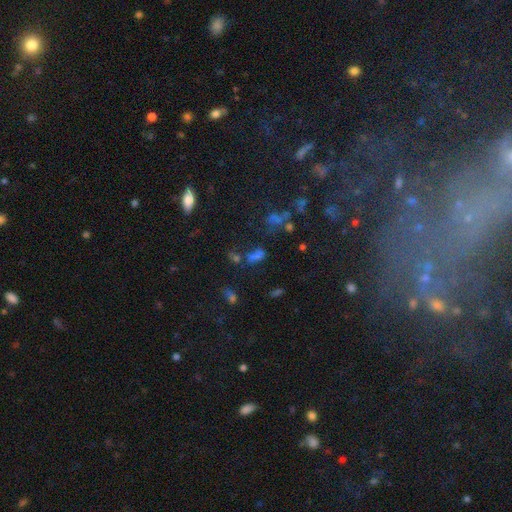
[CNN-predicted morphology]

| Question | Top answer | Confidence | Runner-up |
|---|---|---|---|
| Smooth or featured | smooth | 46% | star or artifact (40%) |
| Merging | none | 52% | merger (21%) |